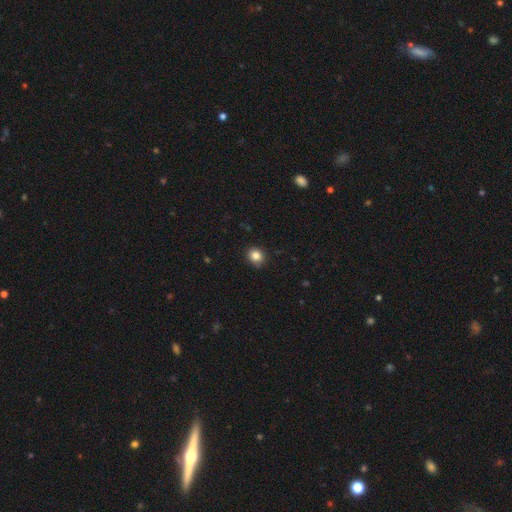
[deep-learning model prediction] This appears to be a smooth galaxy with no disk features (85%) that is round (79%). Merging: none (88%).